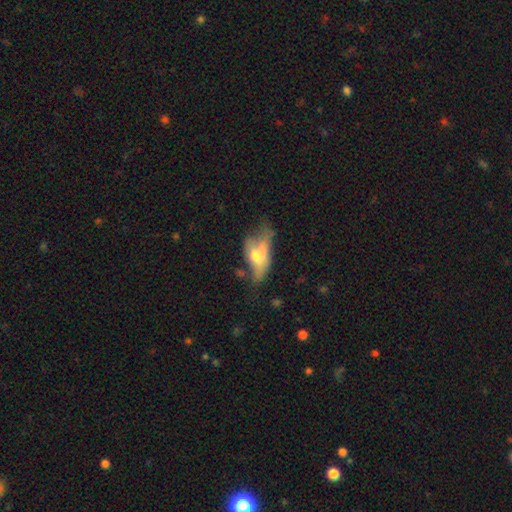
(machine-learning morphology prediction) A smooth galaxy with no disk features (46%).

Vote fractions:
- Smooth or featured? smooth: 46% / featured or disk: 45% / star or artifact: 9%
- Merging? major disturbance: 33% / none: 27% / minor disturbance: 25% / merger: 15%